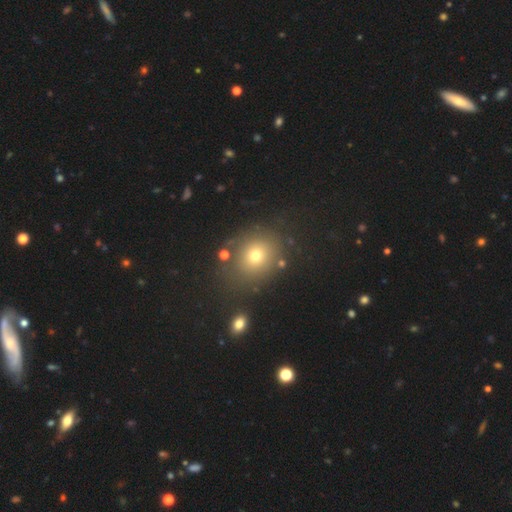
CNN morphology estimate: A smooth galaxy with no disk features (69%) that is round (66%).

Vote fractions:
- Smooth or featured? smooth: 69% / star or artifact: 18% / featured or disk: 12%
- How rounded? round: 66% / in between: 33% / cigar-shaped: 1%
- Merging? none: 77% / minor disturbance: 12% / major disturbance: 6% / merger: 5%